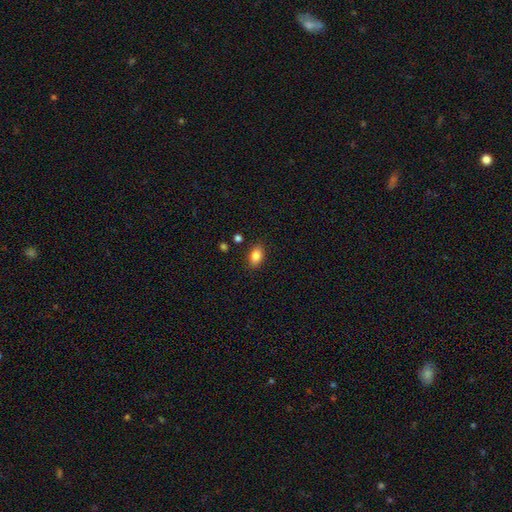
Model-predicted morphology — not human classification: smooth 84%, star or artifact 8%, featured or disk 8%. Down the decision tree: how rounded — in between (88%); merging — none (86%).